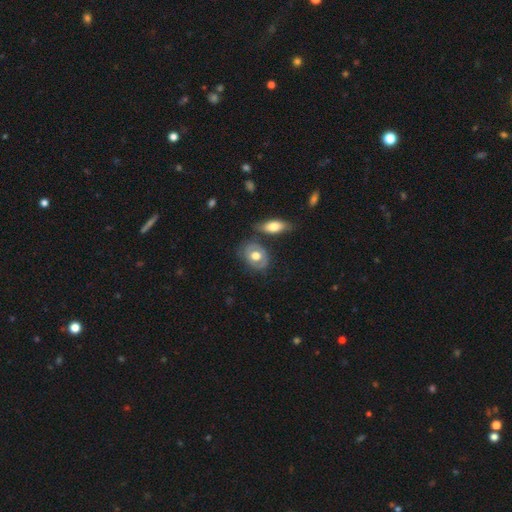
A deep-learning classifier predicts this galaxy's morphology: This is possibly a smooth galaxy (51%). How rounded: likely in between (63%). Merging: likely none (67%).